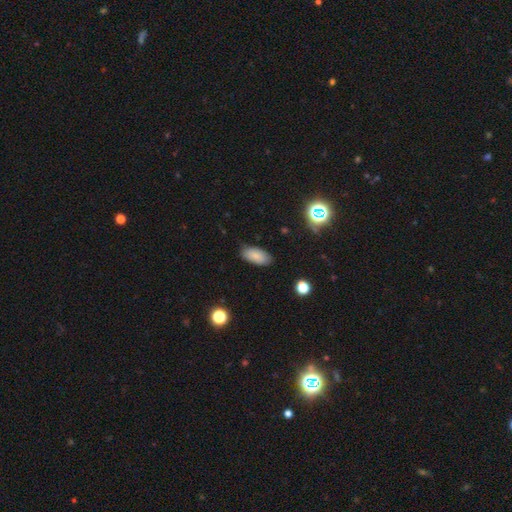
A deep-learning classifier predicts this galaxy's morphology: Smooth or featured? Predicted: smooth (p=0.84). How rounded? Predicted: in between (p=0.92). Merging? Predicted: none (p=0.84).